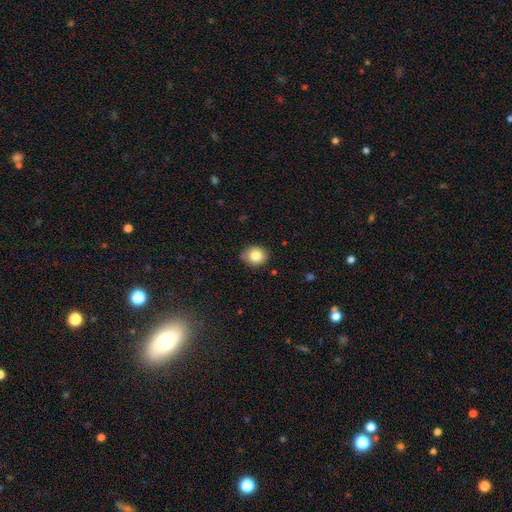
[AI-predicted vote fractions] Smooth or featured? smooth (83%)
How rounded? round (77%)
Merging? none (80%)